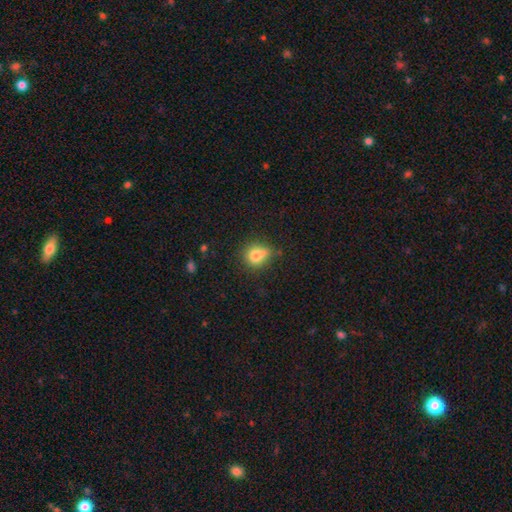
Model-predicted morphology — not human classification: A smooth galaxy with no disk features (78%) that is round (67%). Merging: none (56%).